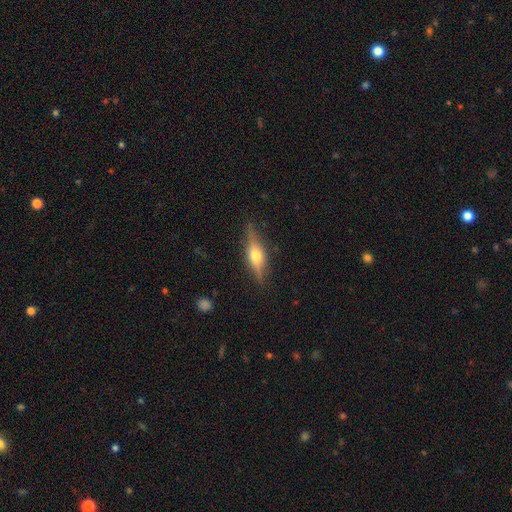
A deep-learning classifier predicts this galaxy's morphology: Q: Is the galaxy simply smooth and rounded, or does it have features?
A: featured or disk — 64%.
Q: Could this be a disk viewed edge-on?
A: yes — 95%.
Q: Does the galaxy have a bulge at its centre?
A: rounded — 93%.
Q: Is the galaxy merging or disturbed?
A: none — 85%.